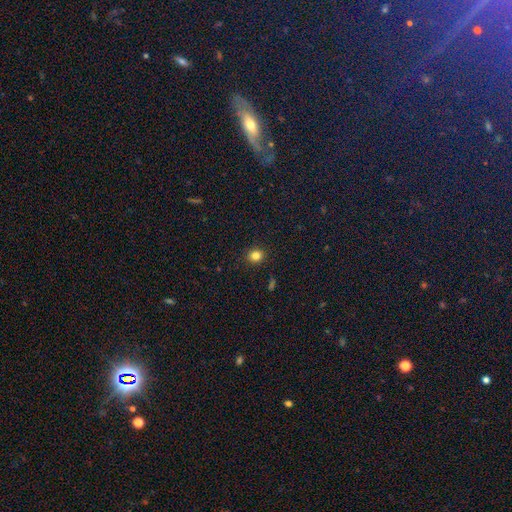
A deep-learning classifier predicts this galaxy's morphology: Q: Smooth or featured?
A: smooth (82%); runner-up: star or artifact (13%)
Q: How rounded?
A: round (81%); runner-up: in between (18%)
Q: Merging?
A: none (91%); runner-up: minor disturbance (6%)